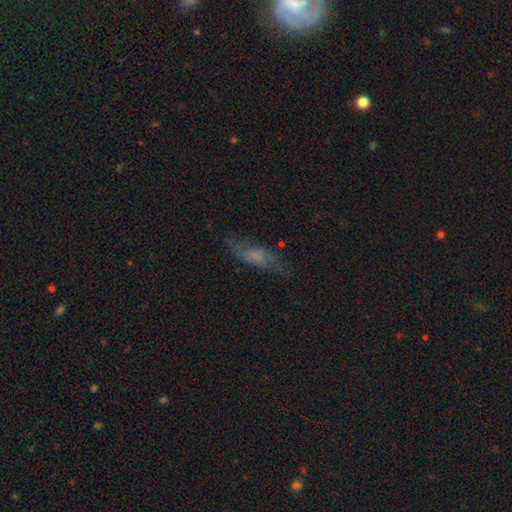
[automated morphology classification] A smooth galaxy with no disk features (45%). Merging: none (60%).